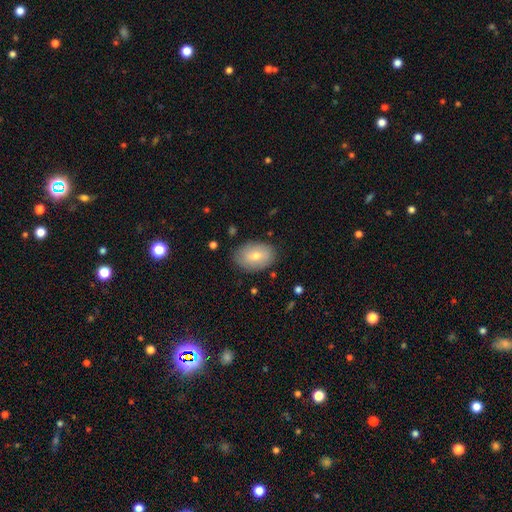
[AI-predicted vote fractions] Smooth or featured? smooth (66%)
How rounded? in between (85%)
Merging? none (83%)